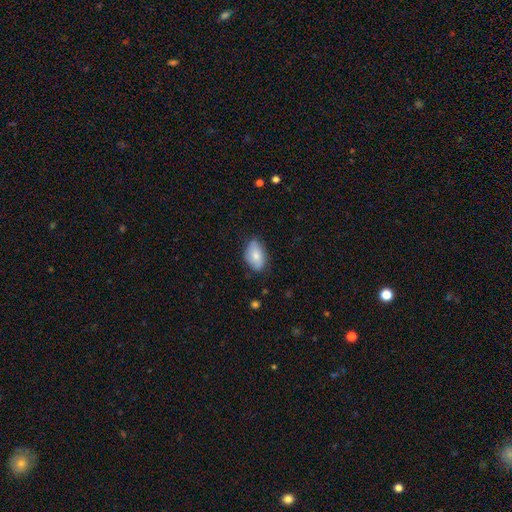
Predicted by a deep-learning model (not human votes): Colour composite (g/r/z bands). It shows a smooth galaxy with no disk features (78%) that is in between round and cigar-shaped (91%). Merging: none (71%).